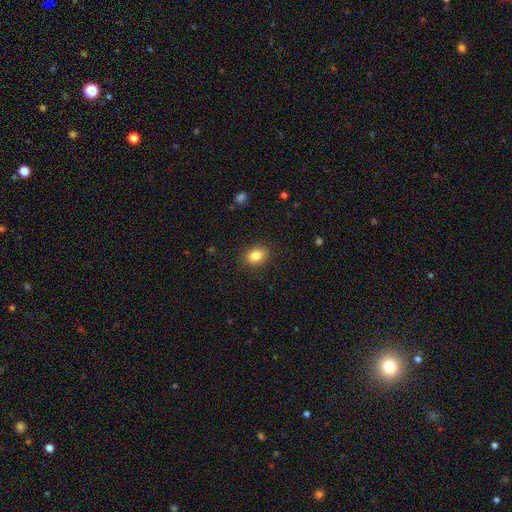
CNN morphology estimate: A smooth galaxy with no disk features (85%) that is in between round and cigar-shaped (57%). Merging: none (88%).